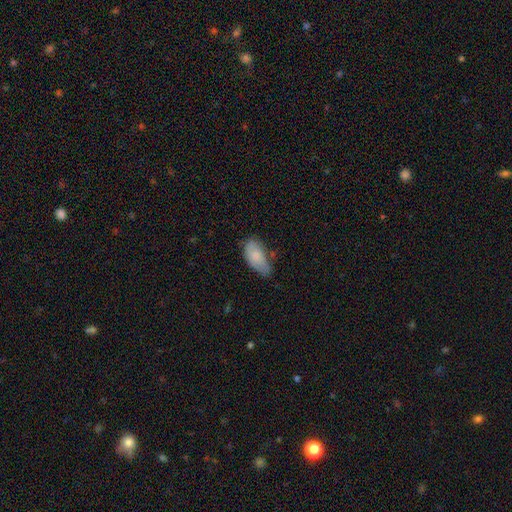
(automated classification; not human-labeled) This is clearly a smooth galaxy (80%). How rounded: clearly in between (91%). Merging: marginally none (44%).